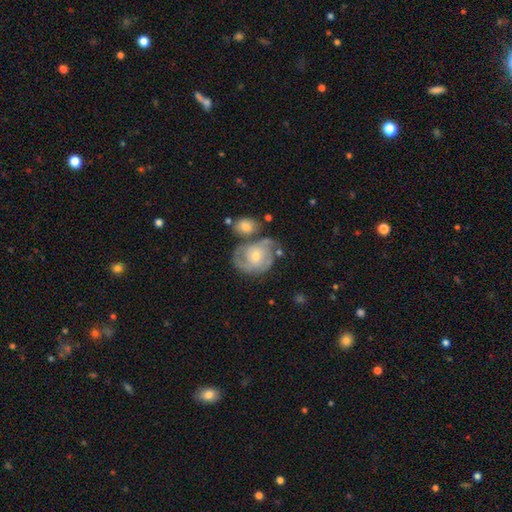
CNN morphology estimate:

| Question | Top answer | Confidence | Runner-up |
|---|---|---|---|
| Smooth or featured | featured or disk | 75% | smooth (18%) |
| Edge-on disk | no | 97% | yes (3%) |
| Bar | no | 68% | weak (27%) |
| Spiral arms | yes | 87% | no (13%) |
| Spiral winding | tight | 51% | medium (38%) |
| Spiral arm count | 2 | 48% | can't tell (27%) |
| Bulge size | moderate | 48% | tied: small (48%) |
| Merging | none | 48% | merger (20%) |